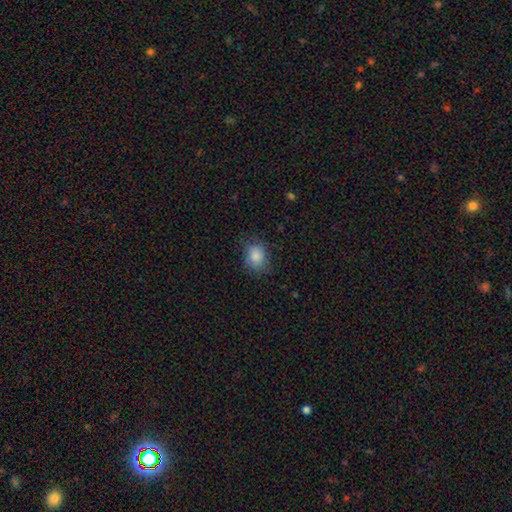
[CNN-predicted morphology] This appears to be a smooth galaxy with no disk features (85%) that is round (56%). Merging: none (76%).